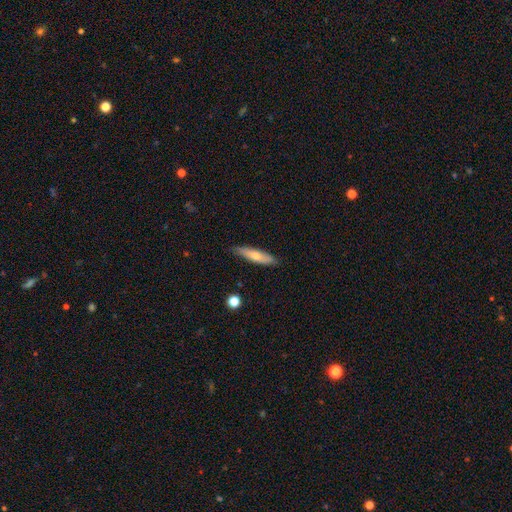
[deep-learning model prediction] smooth_or_featured: smooth (p=0.61) [alt: featured or disk p=0.32]
how_rounded: cigar-shaped (p=0.74) [alt: in between p=0.24]
merging: none (p=0.83) [alt: minor disturbance p=0.13]